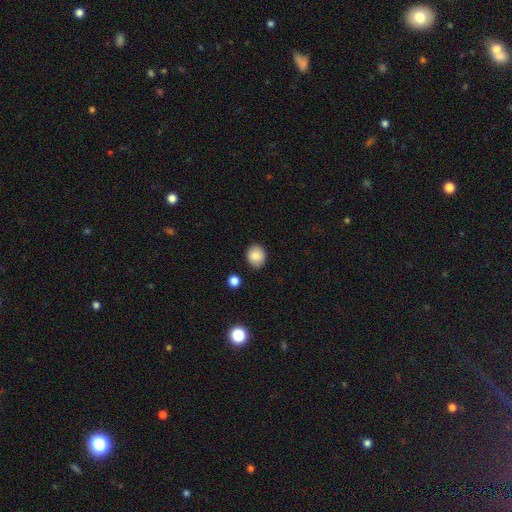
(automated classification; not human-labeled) Smooth or featured? Predicted: smooth (p=0.84). How rounded? Predicted: round (p=0.61). Merging? Predicted: none (p=0.87).